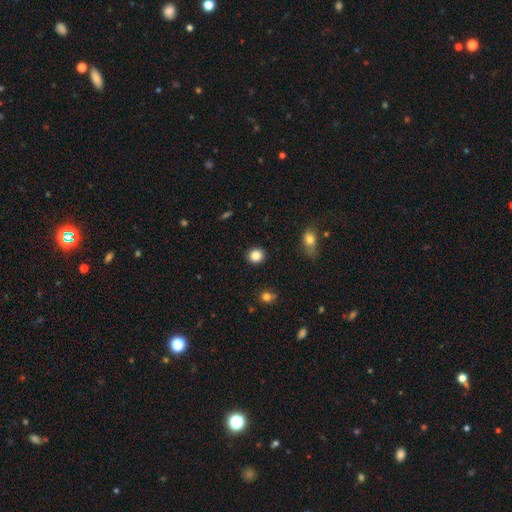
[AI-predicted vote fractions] This appears to be a smooth galaxy with no disk features (86%) that is round (86%). Merging: none (91%).